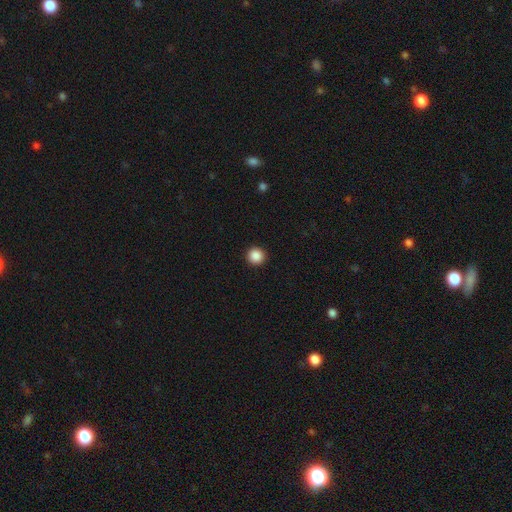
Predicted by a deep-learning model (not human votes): Smooth or featured?
  - smooth: 88% *
  - star or artifact: 10%
  - featured or disk: 2%
How rounded?
  - round: 96% *
  - in between: 3%
  - cigar-shaped: 1%
Merging?
  - none: 94% *
  - minor disturbance: 4%
  - major disturbance: 2%
  - merger: 1%